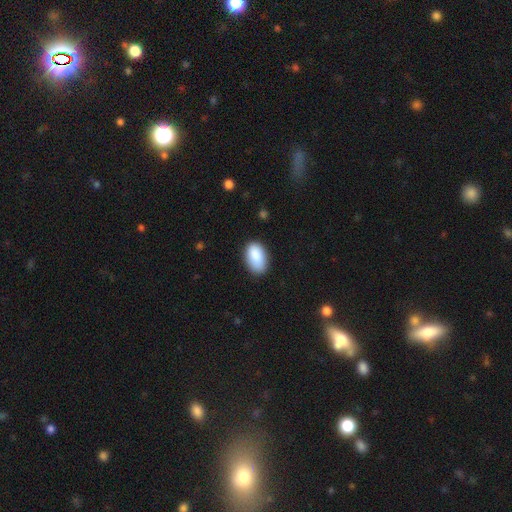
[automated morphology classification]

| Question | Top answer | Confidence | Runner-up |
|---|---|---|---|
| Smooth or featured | smooth | 88% | star or artifact (7%) |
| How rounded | in between | 93% | round (6%) |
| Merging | none | 81% | minor disturbance (15%) |